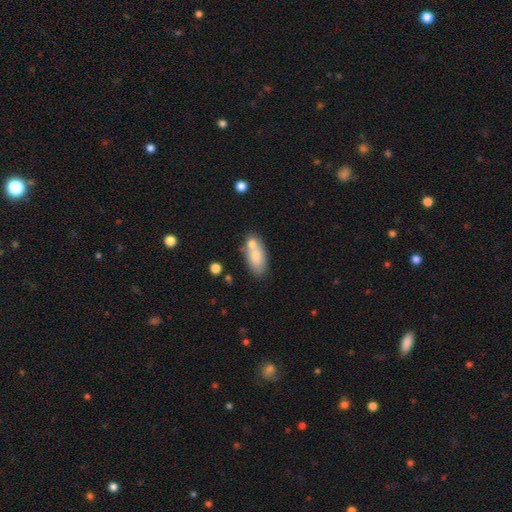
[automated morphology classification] Smooth or featured? smooth (71%)
How rounded? in between (86%)
Merging? none (48%)